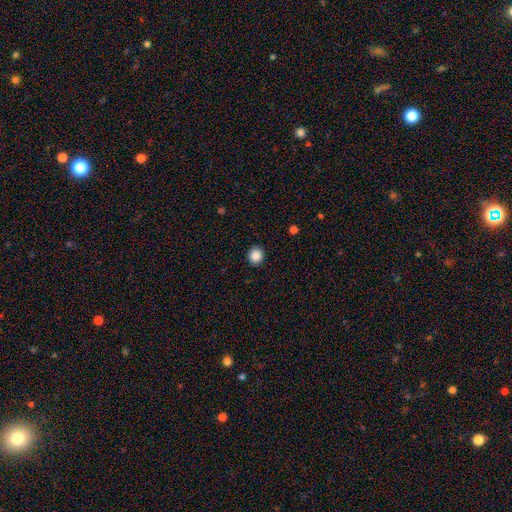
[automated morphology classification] Q: Smooth or featured?
A: smooth (87%); runner-up: star or artifact (10%)
Q: How rounded?
A: round (90%); runner-up: in between (9%)
Q: Merging?
A: none (92%); runner-up: minor disturbance (6%)